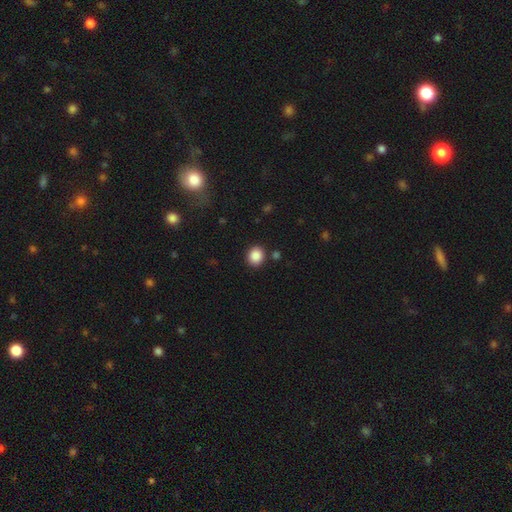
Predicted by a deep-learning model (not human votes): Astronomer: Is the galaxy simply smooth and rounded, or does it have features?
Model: smooth — 88%.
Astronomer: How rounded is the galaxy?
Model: round — 75%.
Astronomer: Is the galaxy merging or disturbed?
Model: none — 87%.